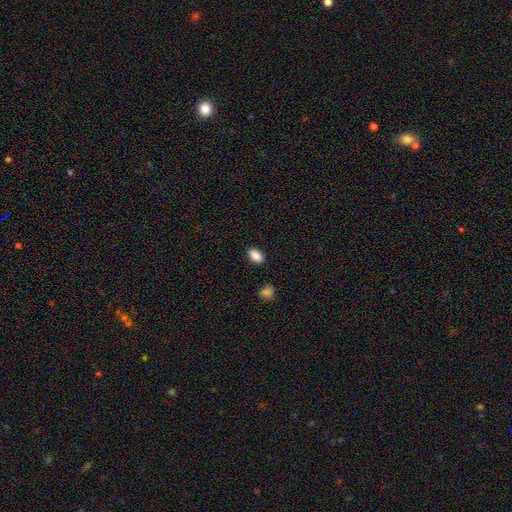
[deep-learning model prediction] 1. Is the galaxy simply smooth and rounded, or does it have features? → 88% smooth, 8% star or artifact, 4% featured or disk.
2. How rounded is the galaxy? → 91% in between, 6% round, 4% cigar-shaped.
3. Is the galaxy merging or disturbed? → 87% none, 9% minor disturbance, 2% major disturbance, 2% merger.